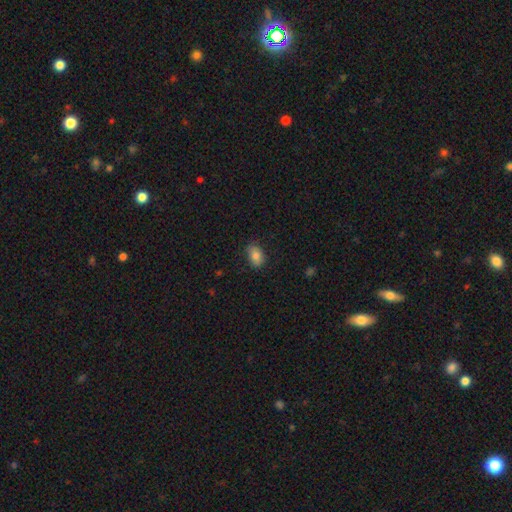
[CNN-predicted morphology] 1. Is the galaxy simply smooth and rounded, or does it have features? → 83% smooth, 9% featured or disk, 8% star or artifact.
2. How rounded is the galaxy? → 83% in between, 16% round, 2% cigar-shaped.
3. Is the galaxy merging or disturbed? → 80% none, 16% minor disturbance, 3% major disturbance, 1% merger.